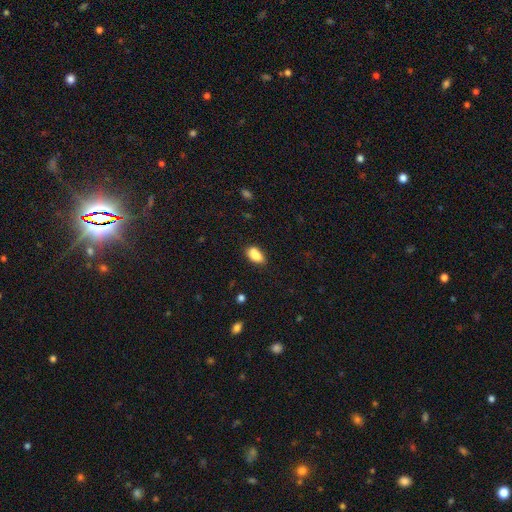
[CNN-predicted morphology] This is clearly a smooth galaxy (81%). How rounded: clearly in between (88%). Merging: possibly none (57%).